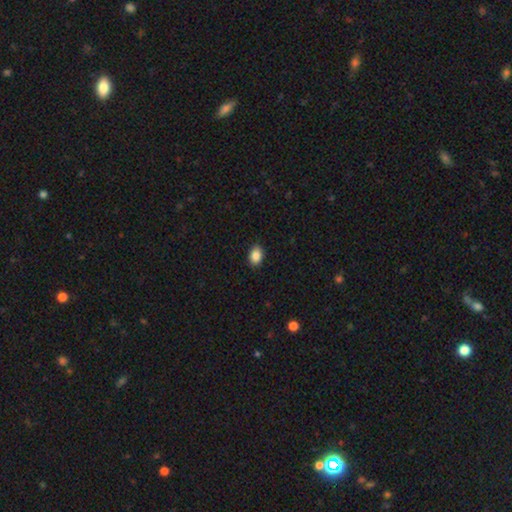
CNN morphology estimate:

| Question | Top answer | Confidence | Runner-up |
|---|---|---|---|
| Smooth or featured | smooth | 88% | star or artifact (8%) |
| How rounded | in between | 82% | round (17%) |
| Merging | none | 88% | minor disturbance (10%) |